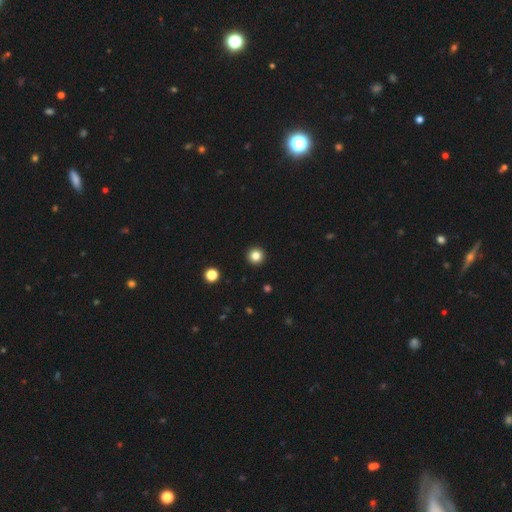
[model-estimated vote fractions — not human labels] A smooth galaxy with no disk features (84%) that is round (96%).

Vote fractions:
- Smooth or featured? smooth: 84% / star or artifact: 12% / featured or disk: 4%
- How rounded? round: 96% / in between: 3% / cigar-shaped: 1%
- Merging? none: 94% / minor disturbance: 4% / major disturbance: 1% / merger: 1%